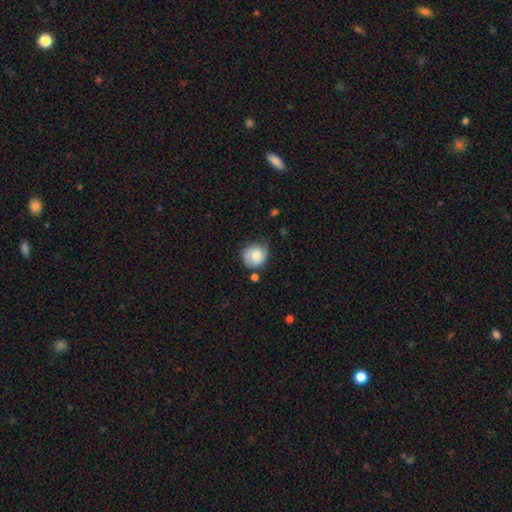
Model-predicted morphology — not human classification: A smooth galaxy with no disk features (64%) that is round (81%).

Vote fractions:
- Smooth or featured? smooth: 64% / featured or disk: 28% / star or artifact: 8%
- How rounded? round: 81% / in between: 19% / cigar-shaped: 1%
- Merging? none: 56% / minor disturbance: 31% / major disturbance: 9% / merger: 4%